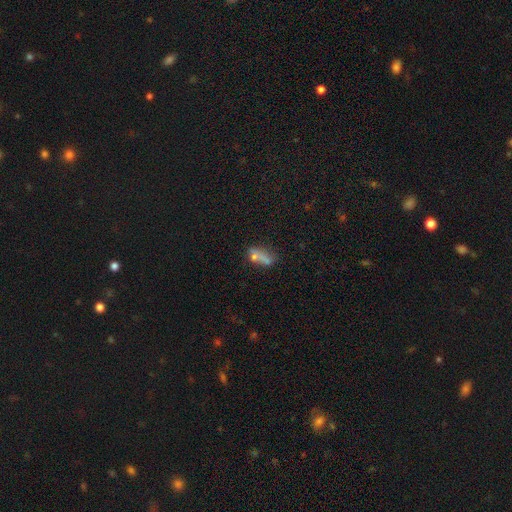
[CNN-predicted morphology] smooth 57%, star or artifact 22%, featured or disk 21%. Down the decision tree: how rounded — in between (65%); merging — none (40%).